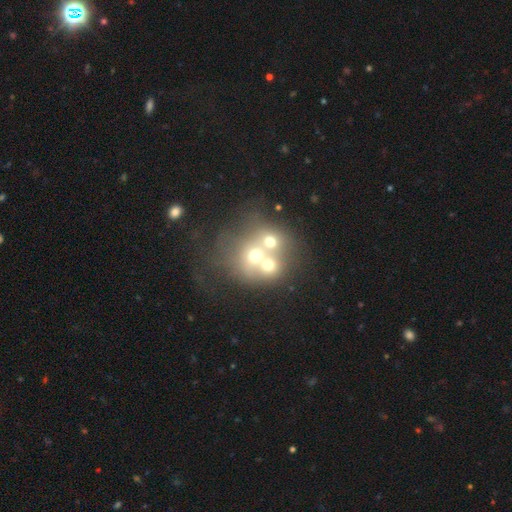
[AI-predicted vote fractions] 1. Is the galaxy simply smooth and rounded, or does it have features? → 47% smooth, 35% featured or disk, 18% star or artifact.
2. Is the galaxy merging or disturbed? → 61% merger, 25% none, 7% minor disturbance, 7% major disturbance.